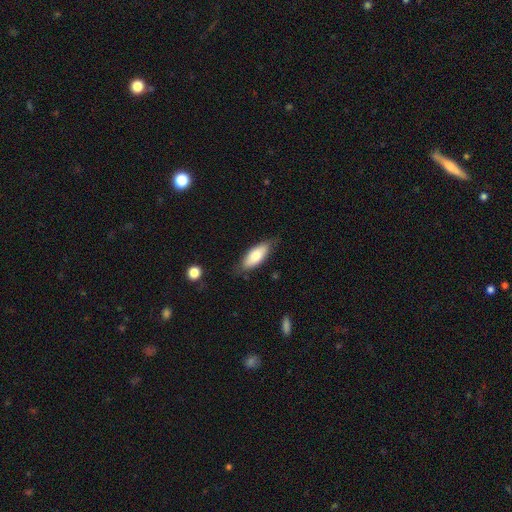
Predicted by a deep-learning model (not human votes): Smooth or featured: smooth — 75% (featured or disk — 19%)
How rounded: in between — 77% (cigar-shaped — 21%)
Merging: none — 77% (minor disturbance — 18%)